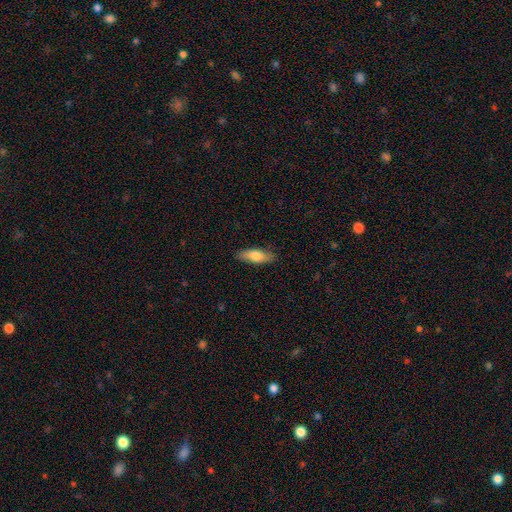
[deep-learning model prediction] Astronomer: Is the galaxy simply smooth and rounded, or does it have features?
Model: smooth — 75%.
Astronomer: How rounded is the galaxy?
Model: in between — 64%.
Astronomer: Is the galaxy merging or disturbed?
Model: none — 86%.